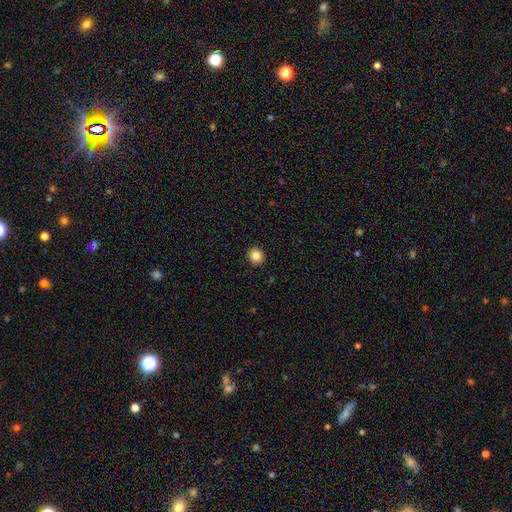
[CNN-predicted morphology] The model was most divided on "smooth or featured": smooth: 85%, star or artifact: 10%, featured or disk: 5%. More confident: merging — none (93%); how rounded — round (93%).